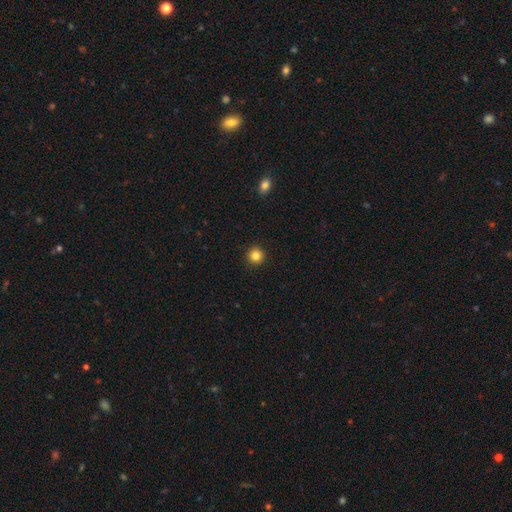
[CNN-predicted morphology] type=smooth (85%); roundness=round (95%); merging=none (93%).